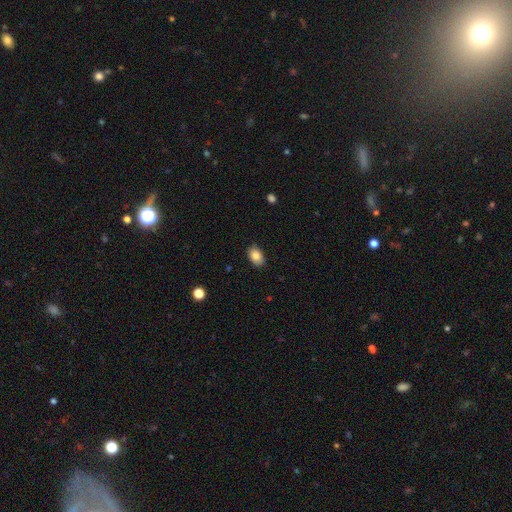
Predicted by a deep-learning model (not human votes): Smooth or featured: smooth — 86% (star or artifact — 8%)
How rounded: in between — 86% (round — 13%)
Merging: none — 88% (minor disturbance — 9%)